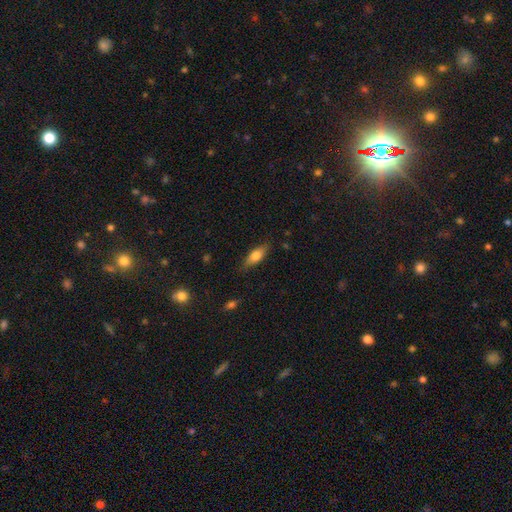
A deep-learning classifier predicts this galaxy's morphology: This is likely a smooth galaxy (70%). How rounded: likely in between (70%). Merging: likely none (77%).